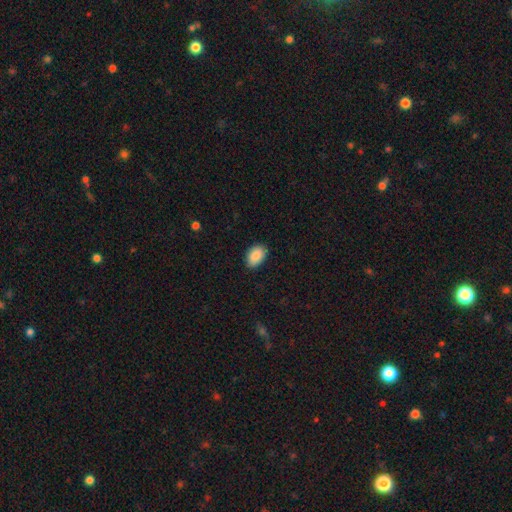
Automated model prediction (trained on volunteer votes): The model was most divided on "merging": none: 85%, minor disturbance: 12%, major disturbance: 2%, merger: 1%. More confident: how rounded — in between (89%); smooth or featured — smooth (89%).